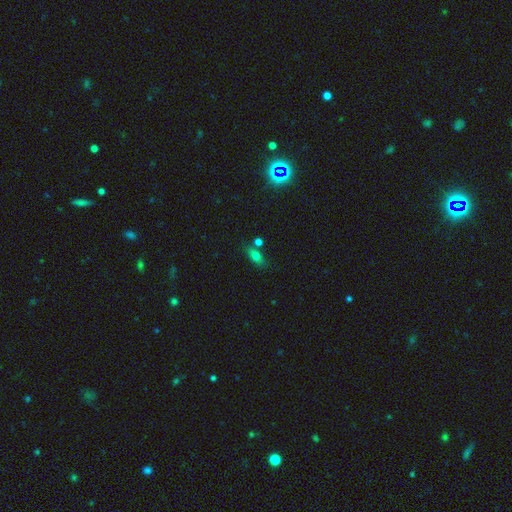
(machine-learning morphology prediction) Smooth or featured? smooth (70%)
How rounded? in between (74%)
Merging? none (67%)